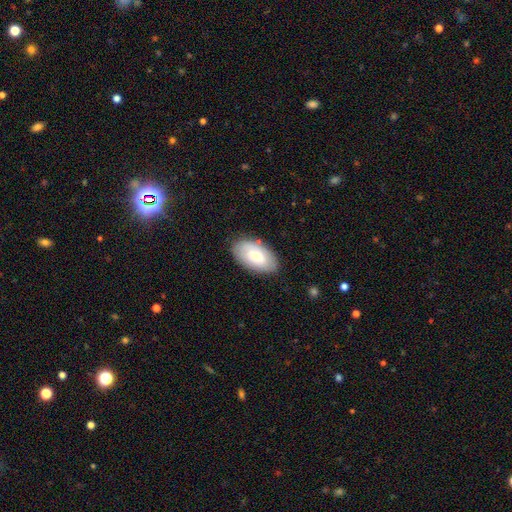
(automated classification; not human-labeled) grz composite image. It shows a smooth galaxy with no disk features (68%) that is in between round and cigar-shaped (95%). Merging: none (83%).